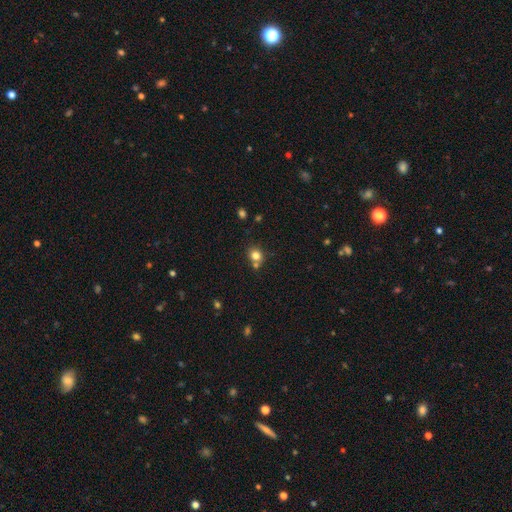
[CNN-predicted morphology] The model was most divided on "merging": none: 62%, merger: 25%, minor disturbance: 10%, major disturbance: 3%. More confident: how rounded — round (81%); smooth or featured — smooth (79%).